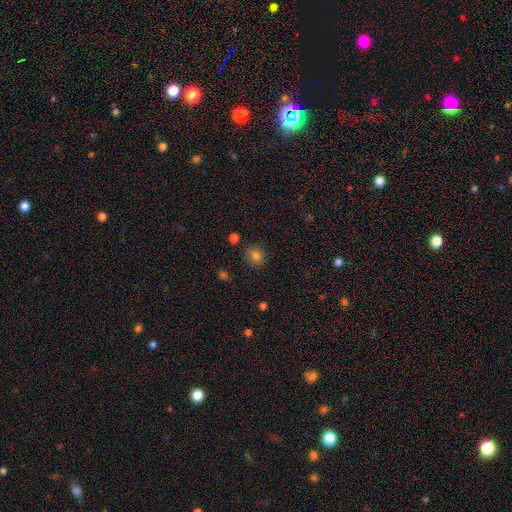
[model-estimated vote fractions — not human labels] The model was most divided on "how rounded": round: 74%, in between: 25%, cigar-shaped: 1%. More confident: merging — none (85%); smooth or featured — smooth (80%).